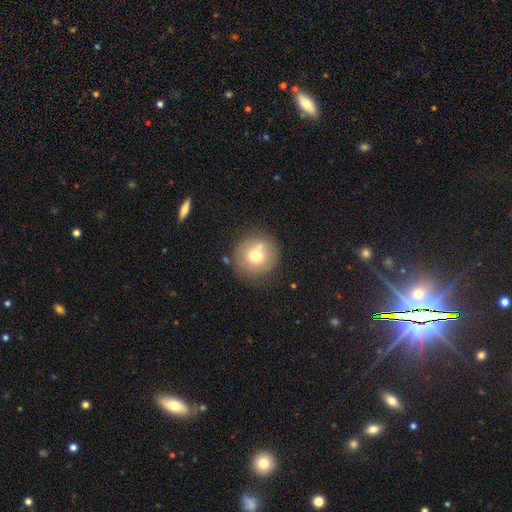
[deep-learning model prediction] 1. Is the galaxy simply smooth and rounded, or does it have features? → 70% smooth, 19% featured or disk, 11% star or artifact.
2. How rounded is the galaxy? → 93% round, 6% in between, 1% cigar-shaped.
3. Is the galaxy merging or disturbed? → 71% none, 12% minor disturbance, 12% merger, 4% major disturbance.